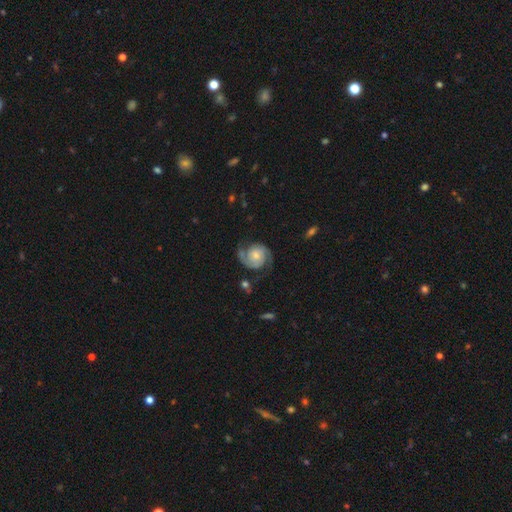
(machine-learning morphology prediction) smooth_or_featured: featured or disk (p=0.87) [alt: smooth p=0.07]
disk_edge_on: no (p=0.98) [alt: yes p=0.02]
bar: no (p=0.73) [alt: weak p=0.22]
has_spiral_arms: yes (p=0.98) [alt: no p=0.02]
spiral_winding: medium (p=0.45) [alt: tight p=0.39]
spiral_arm_count: 2 (p=0.92) [alt: can't tell p=0.03]
bulge_size: moderate (p=0.44) [alt: small p=0.43]
merging: none (p=0.76) [alt: minor disturbance p=0.15]